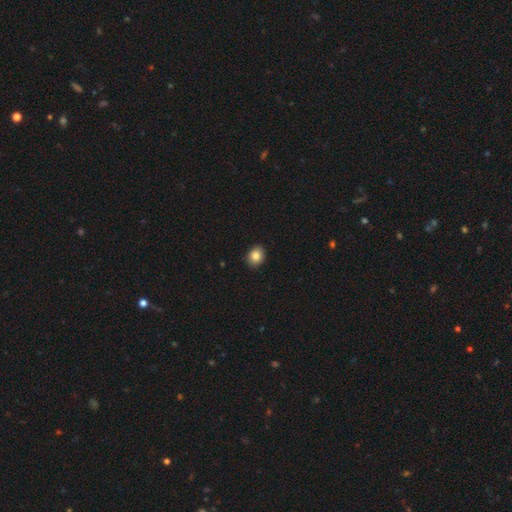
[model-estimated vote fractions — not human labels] The model was most divided on "how rounded": round: 58%, in between: 41%, cigar-shaped: 1%. More confident: merging — none (90%); smooth or featured — smooth (85%).